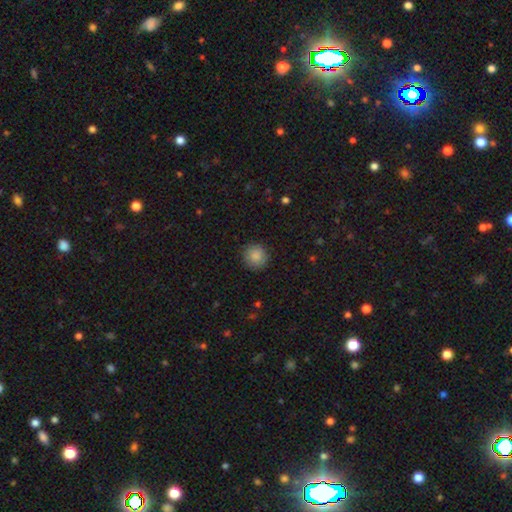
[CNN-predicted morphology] Smooth or featured?
  - smooth: 86% *
  - star or artifact: 8%
  - featured or disk: 6%
How rounded?
  - round: 93% *
  - in between: 6%
  - cigar-shaped: 1%
Merging?
  - none: 88% *
  - minor disturbance: 9%
  - major disturbance: 2%
  - merger: 1%